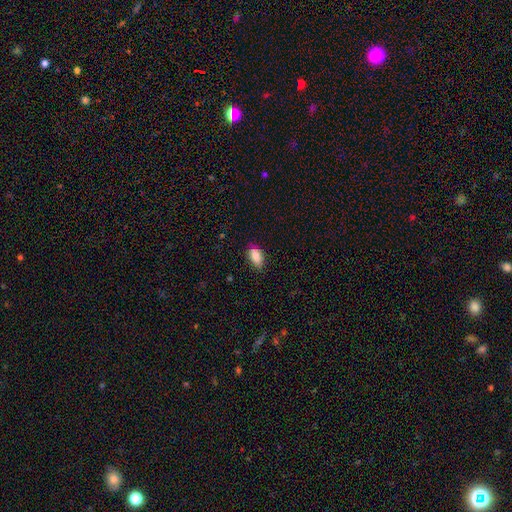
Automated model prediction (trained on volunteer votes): Q: Smooth or featured?
A: smooth (86%); runner-up: star or artifact (8%)
Q: How rounded?
A: in between (90%); runner-up: cigar-shaped (6%)
Q: Merging?
A: none (77%); runner-up: minor disturbance (19%)